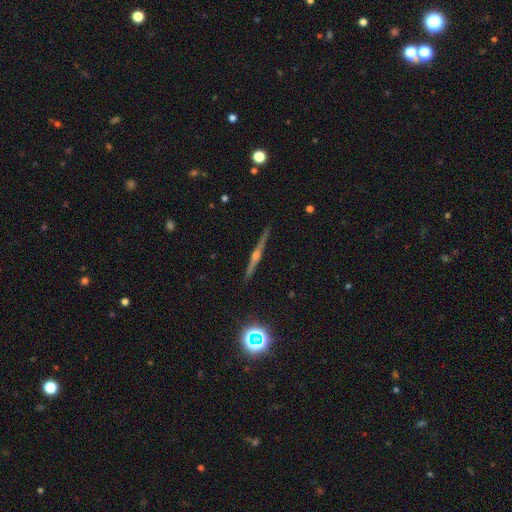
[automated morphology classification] This is likely a featured or disk galaxy (79%). It is clearly viewed edge-on (98%). Edge-on bulge: clearly rounded (86%). Merging: clearly none (91%).